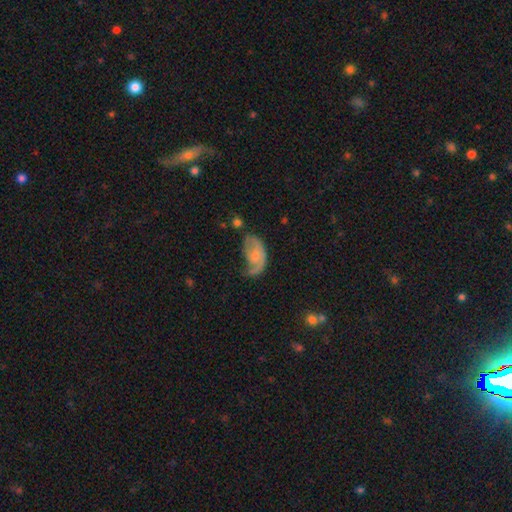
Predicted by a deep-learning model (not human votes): Morphology: type=featured or disk (59%); edge-on=no (96%); bar=no (73%); spiral arms=yes (79%); bulge=small (58%); merging=major disturbance (37%).